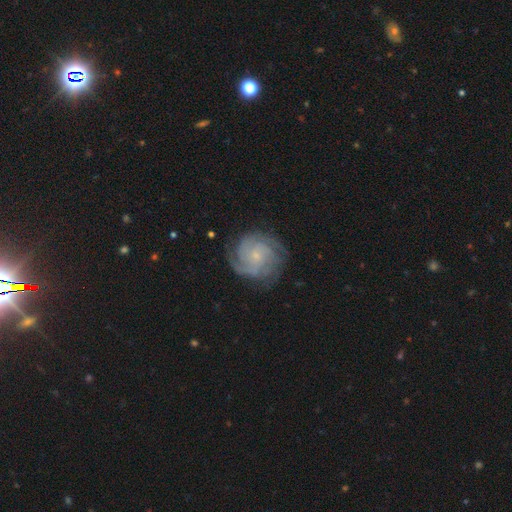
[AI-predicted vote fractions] Smooth or featured: featured or disk — 84% (smooth — 10%)
Edge-on disk: no — 98% (yes — 2%)
Bar: no — 76% (weak — 21%)
Spiral arms: yes — 97% (no — 3%)
Spiral winding: tight — 65% (medium — 29%)
Spiral arm count: 3 — 28% (can't tell — 23%)
Bulge size: small — 76% (moderate — 15%)
Merging: none — 78% (minor disturbance — 15%)